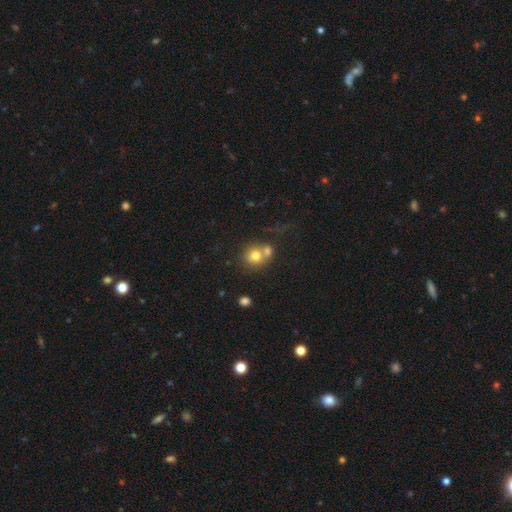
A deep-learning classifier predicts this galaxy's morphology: type=smooth (73%); roundness=round (81%); merging=merger (47%).